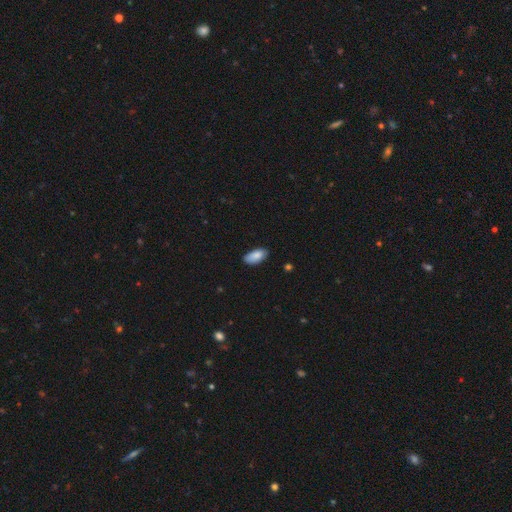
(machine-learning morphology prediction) smooth 86%, featured or disk 7%, star or artifact 6%. Down the decision tree: how rounded — in between (93%); merging — none (81%).